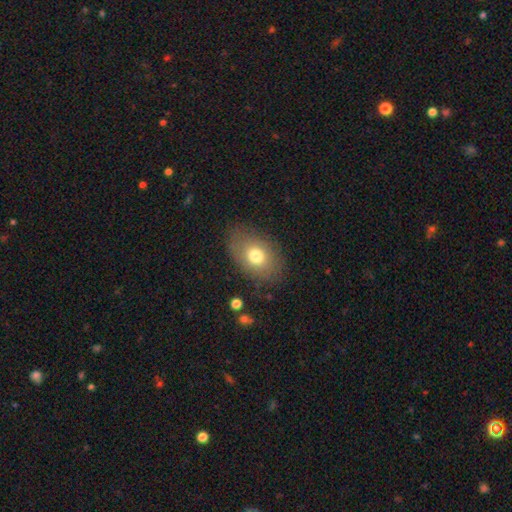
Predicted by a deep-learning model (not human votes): Smooth or featured? Predicted: smooth (p=0.72). How rounded? Predicted: in between (p=0.80). Merging? Predicted: none (p=0.77).